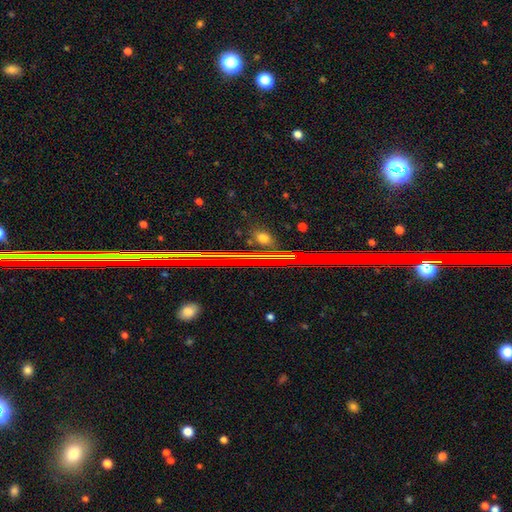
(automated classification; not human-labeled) Morphology: type=star or artifact (79%).